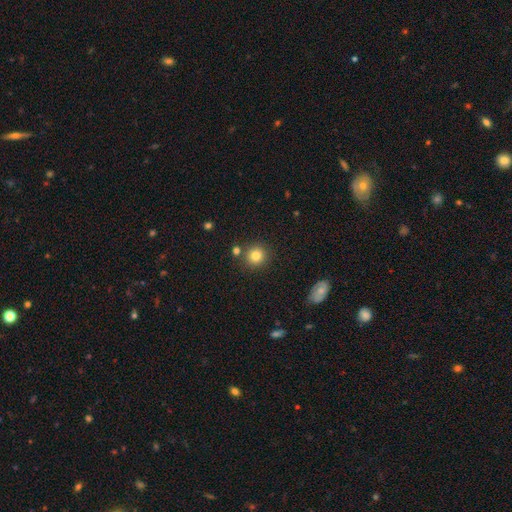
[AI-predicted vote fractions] A smooth galaxy with no disk features (82%) that is round (91%).

Vote fractions:
- Smooth or featured? smooth: 82% / star or artifact: 12% / featured or disk: 6%
- How rounded? round: 91% / in between: 8% / cigar-shaped: 1%
- Merging? none: 82% / merger: 8% / minor disturbance: 8% / major disturbance: 3%